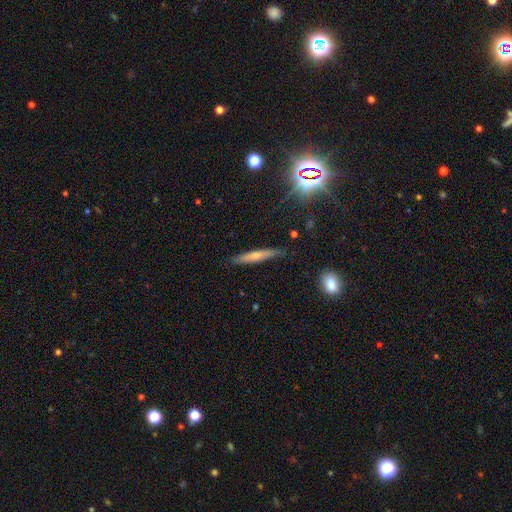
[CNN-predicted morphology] type=smooth (56%); roundness=cigar-shaped (92%); merging=none (84%).